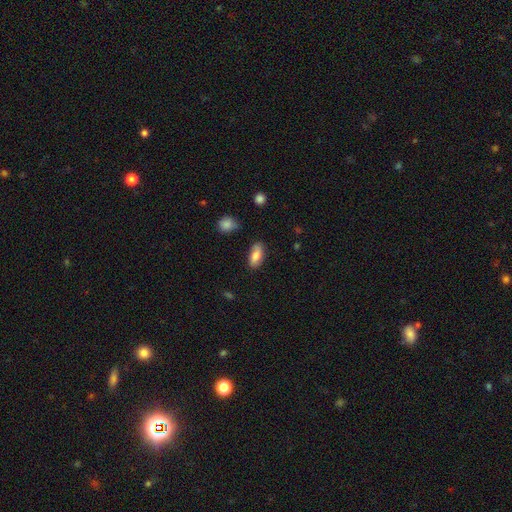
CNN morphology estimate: A smooth galaxy with no disk features (81%) that is in between round and cigar-shaped (89%).

Vote fractions:
- Smooth or featured? smooth: 81% / featured or disk: 12% / star or artifact: 7%
- How rounded? in between: 89% / cigar-shaped: 8% / round: 3%
- Merging? none: 75% / minor disturbance: 19% / major disturbance: 4% / merger: 3%